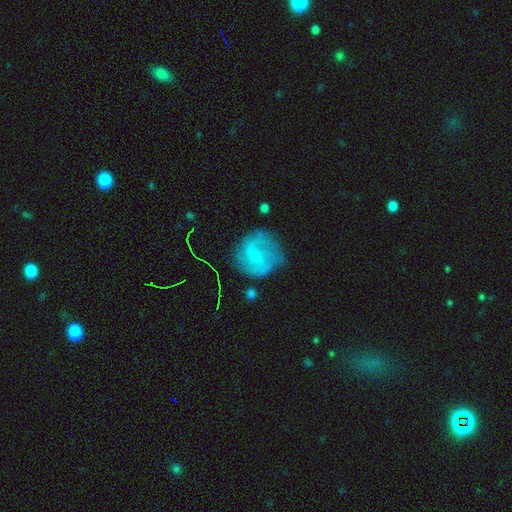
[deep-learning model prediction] A featured or disk galaxy (64%) with a weak bar (52%), 2 (59%) medium (43%) spiral arms (83%) and a small central bulge (61%). Merging: none (63%).